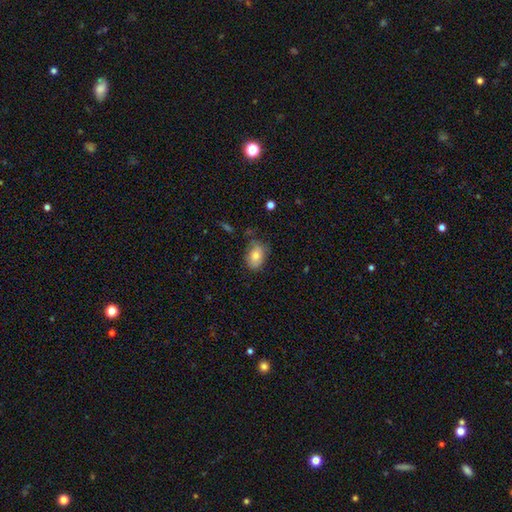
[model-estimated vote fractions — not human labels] This is likely a smooth galaxy (78%). How rounded: clearly in between (81%). Merging: likely none (65%).